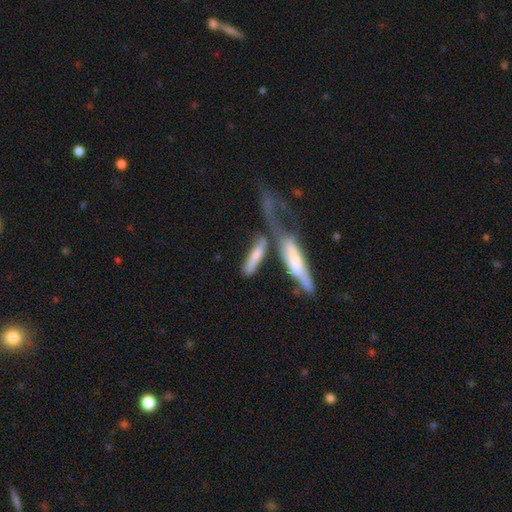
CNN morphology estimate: A smooth galaxy with no disk features (60%) that is cigar-shaped (75%). Merging: merger (38%).